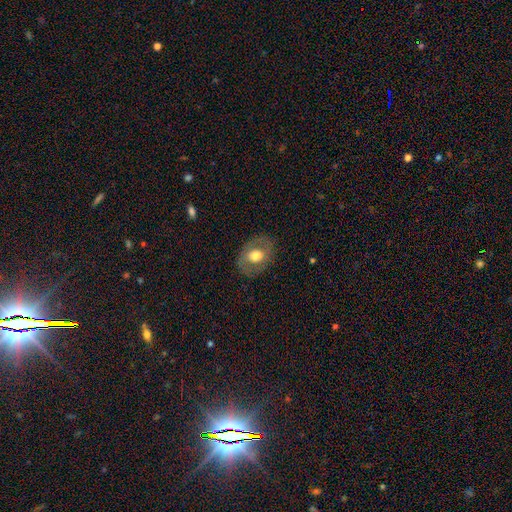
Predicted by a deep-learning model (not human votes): This is possibly a smooth galaxy (54%). How rounded: likely in between (64%). Merging: clearly none (81%).